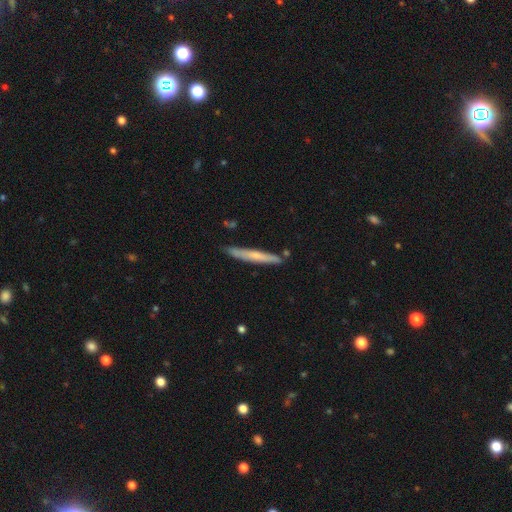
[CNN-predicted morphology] Smooth or featured? smooth (54%)
How rounded? cigar-shaped (96%)
Merging? none (84%)